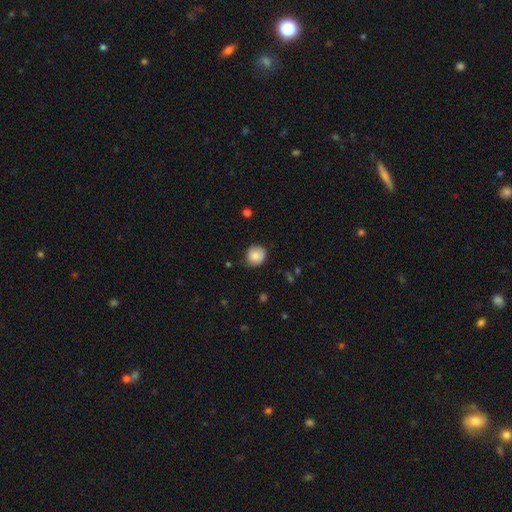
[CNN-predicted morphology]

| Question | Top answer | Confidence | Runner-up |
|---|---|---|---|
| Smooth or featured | smooth | 83% | featured or disk (9%) |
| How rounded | round | 87% | in between (12%) |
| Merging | none | 81% | minor disturbance (15%) |